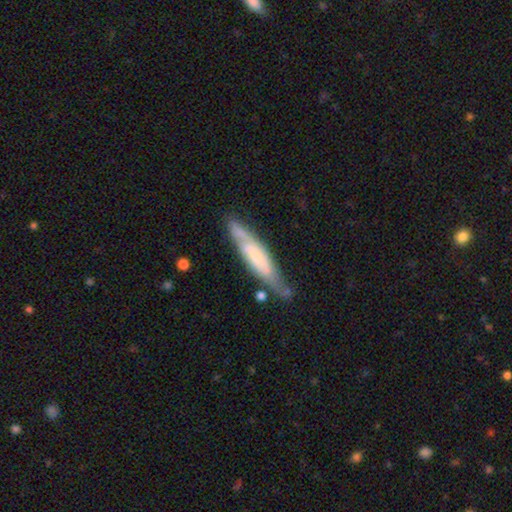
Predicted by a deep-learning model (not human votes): The model was most divided on "smooth or featured": featured or disk: 55%, smooth: 39%, star or artifact: 6%. More confident: merging — none (68%); edge-on disk — yes (58%).